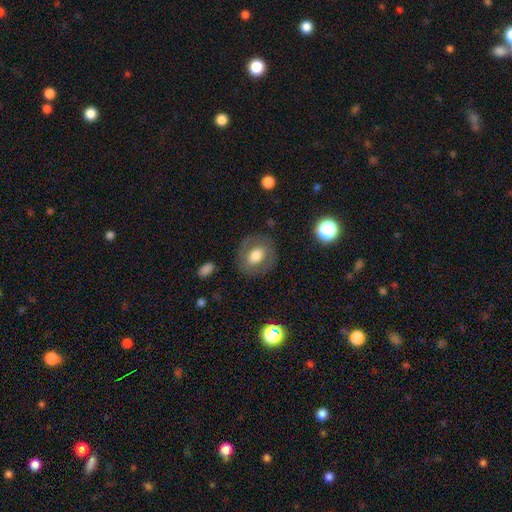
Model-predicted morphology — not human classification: Smooth or featured: smooth — 48% (featured or disk — 44%)
Merging: none — 80% (minor disturbance — 12%)